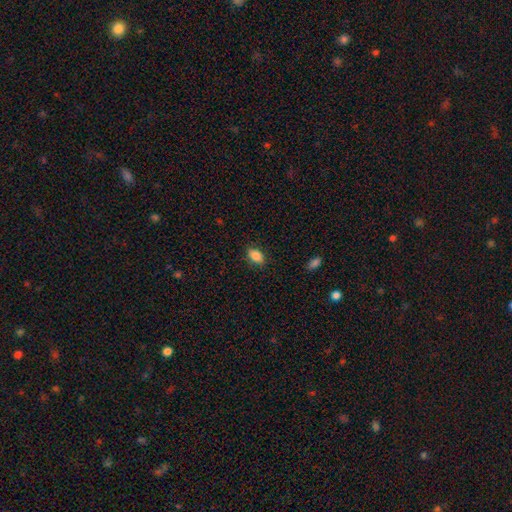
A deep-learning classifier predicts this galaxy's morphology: type=smooth (86%); roundness=in between (86%); merging=none (85%).